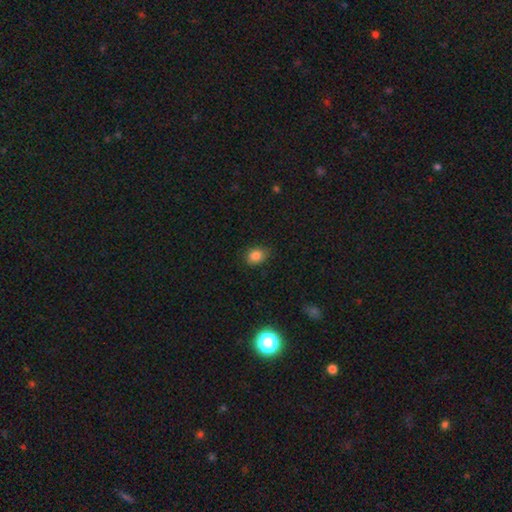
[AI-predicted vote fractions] Smooth or featured? Predicted: smooth (p=0.85). How rounded? Predicted: in between (p=0.54). Merging? Predicted: none (p=0.80).